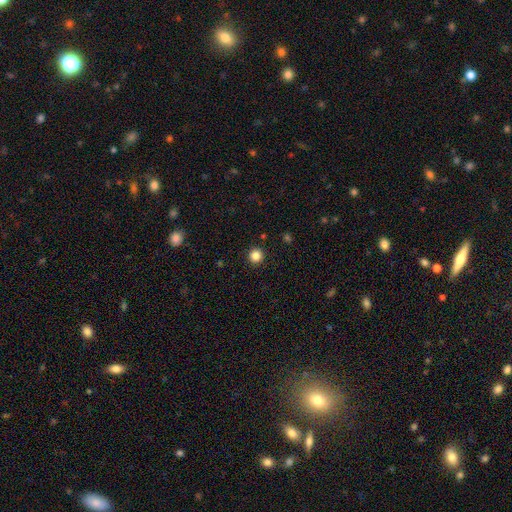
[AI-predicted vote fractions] This is clearly a smooth galaxy (84%). How rounded: clearly round (95%). Merging: clearly none (93%).